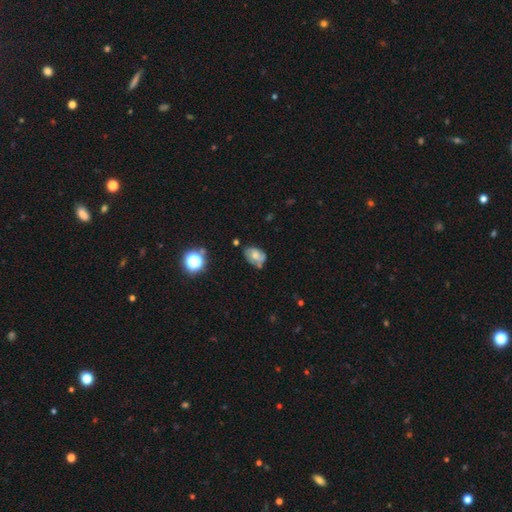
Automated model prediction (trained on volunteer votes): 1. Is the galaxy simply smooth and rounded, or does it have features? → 57% smooth, 31% featured or disk, 12% star or artifact.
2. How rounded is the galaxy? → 80% in between, 19% round, 1% cigar-shaped.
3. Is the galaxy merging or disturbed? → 50% none, 31% minor disturbance, 9% major disturbance, 9% merger.